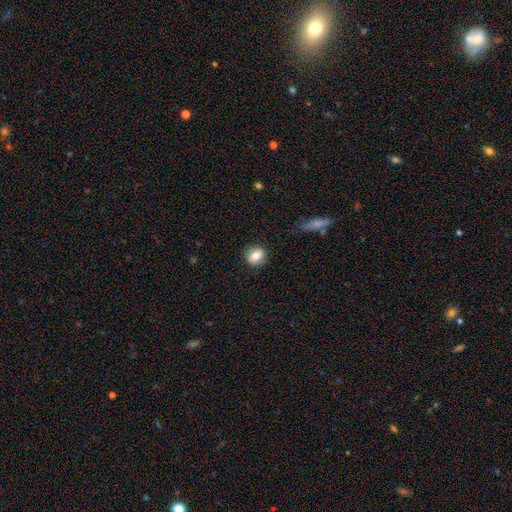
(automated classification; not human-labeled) Morphology: type=smooth (75%); roundness=round (63%); merging=none (86%).